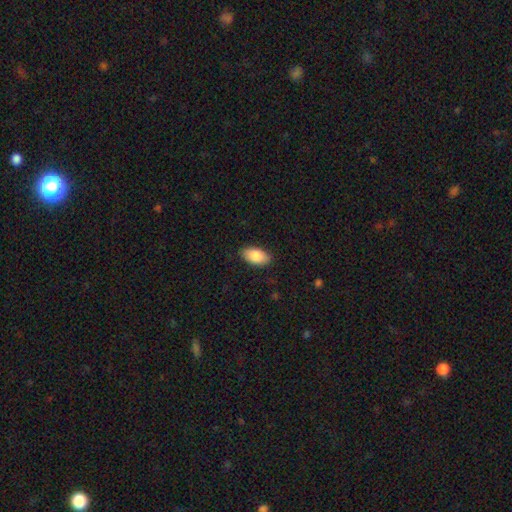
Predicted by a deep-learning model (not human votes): smooth 87%, featured or disk 7%, star or artifact 6%. Down the decision tree: how rounded — in between (94%); merging — none (86%).